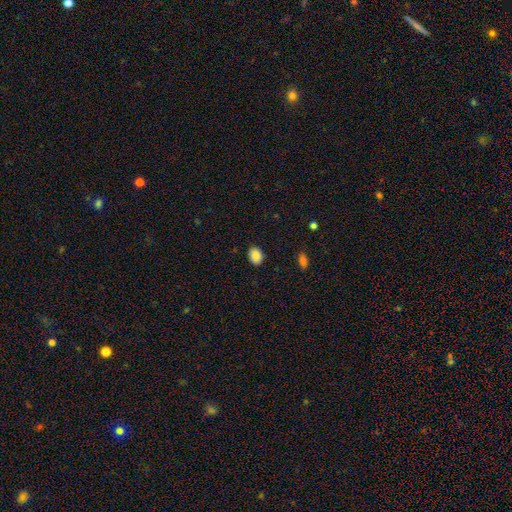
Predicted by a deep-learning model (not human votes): Smooth or featured?
  - smooth: 88% *
  - star or artifact: 8%
  - featured or disk: 4%
How rounded?
  - in between: 67% *
  - round: 32%
  - cigar-shaped: 1%
Merging?
  - none: 86% *
  - minor disturbance: 10%
  - major disturbance: 2%
  - merger: 1%